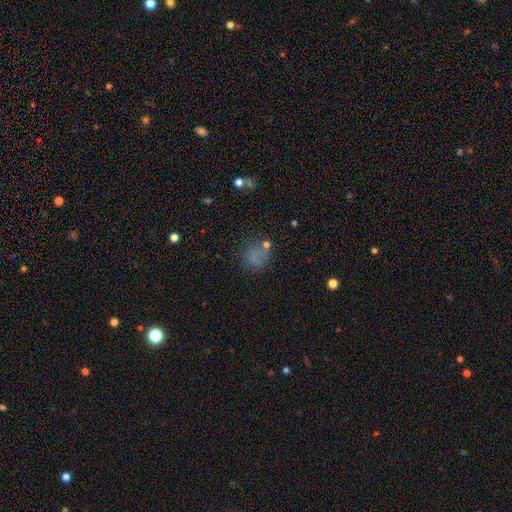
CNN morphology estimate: The model was most divided on "merging": none: 55%, minor disturbance: 21%, major disturbance: 17%, merger: 8%. More confident: how rounded — round (68%); smooth or featured — smooth (63%).